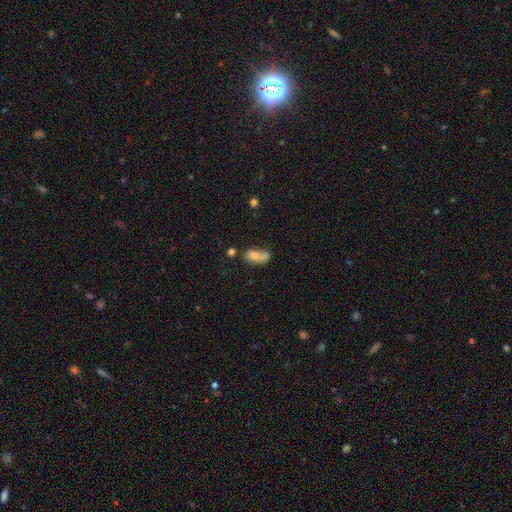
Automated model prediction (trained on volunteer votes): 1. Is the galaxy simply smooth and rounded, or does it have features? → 72% smooth, 18% featured or disk, 10% star or artifact.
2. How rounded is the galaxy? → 81% in between, 15% round, 5% cigar-shaped.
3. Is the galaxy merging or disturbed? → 48% merger, 24% none, 15% minor disturbance, 13% major disturbance.